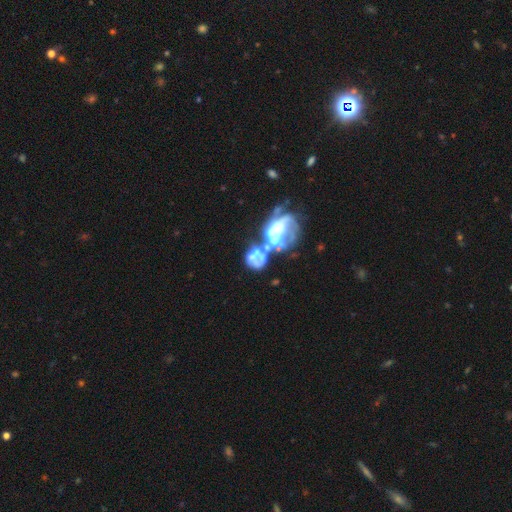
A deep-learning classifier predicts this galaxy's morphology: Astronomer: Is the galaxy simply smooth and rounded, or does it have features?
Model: featured or disk — 64%.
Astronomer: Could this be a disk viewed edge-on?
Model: no — 98%.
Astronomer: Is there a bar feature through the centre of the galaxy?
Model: no — 91%.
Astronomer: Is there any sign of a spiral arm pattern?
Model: no — 90%.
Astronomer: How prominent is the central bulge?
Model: none — 52%.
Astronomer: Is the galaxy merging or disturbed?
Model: merger — 48% (runner-up: major disturbance, 26%).